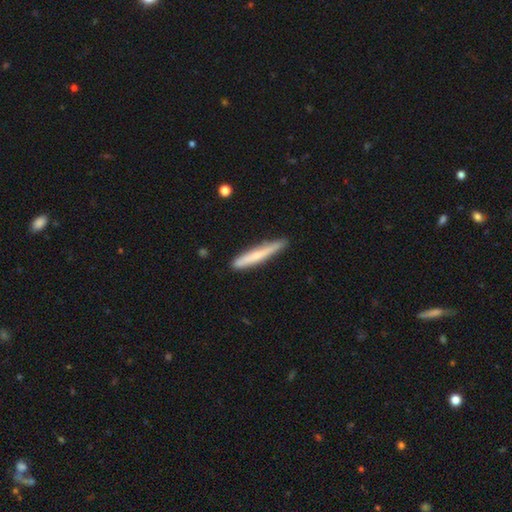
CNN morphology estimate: smooth 61%, featured or disk 33%, star or artifact 6%. Down the decision tree: how rounded — cigar-shaped (95%); merging — none (85%).